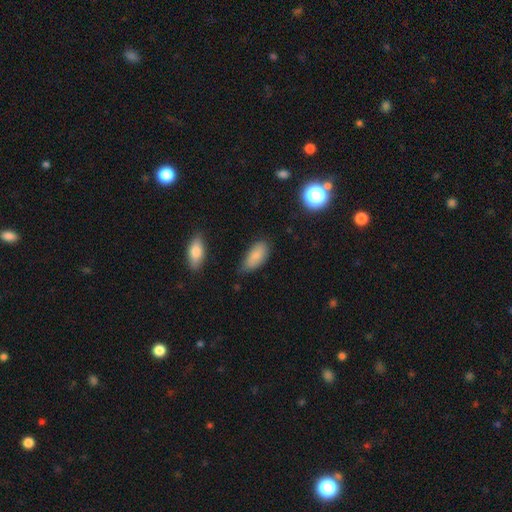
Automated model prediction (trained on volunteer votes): Smooth or featured? smooth (83%)
How rounded? in between (90%)
Merging? none (59%)